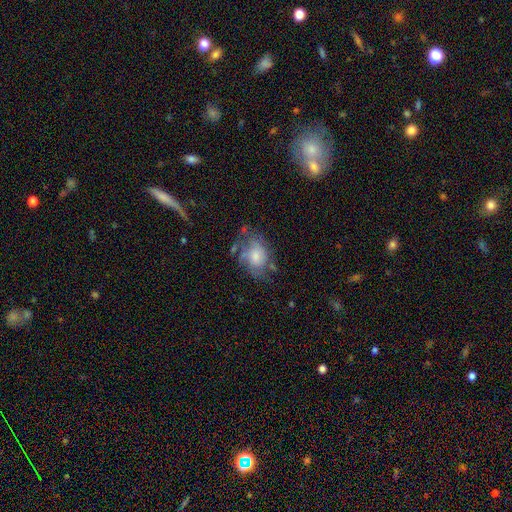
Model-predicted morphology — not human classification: A smooth galaxy with no disk features (46%).

Vote fractions:
- Smooth or featured? smooth: 46% / featured or disk: 45% / star or artifact: 9%
- Merging? none: 43% / minor disturbance: 29% / major disturbance: 23% / merger: 5%